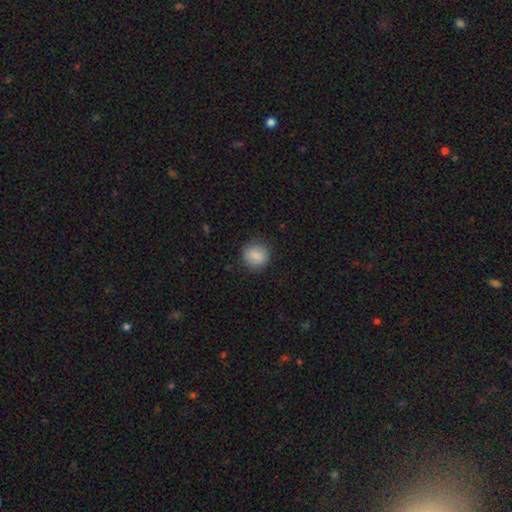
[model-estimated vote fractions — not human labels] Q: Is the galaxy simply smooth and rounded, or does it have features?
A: smooth — 87%.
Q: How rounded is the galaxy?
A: round — 86%.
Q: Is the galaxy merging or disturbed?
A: none — 87%.